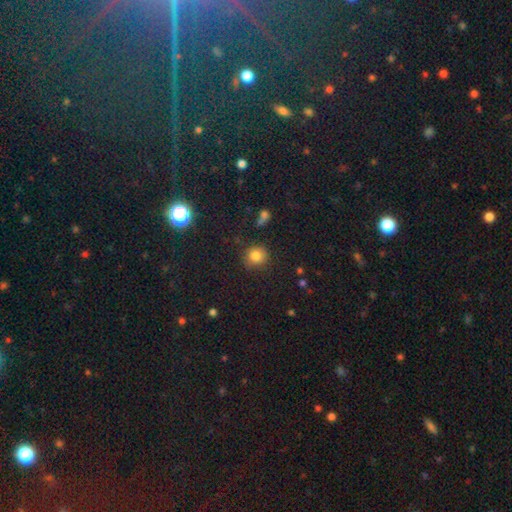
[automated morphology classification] Q: Smooth or featured?
A: smooth (80%); runner-up: star or artifact (14%)
Q: How rounded?
A: round (88%); runner-up: in between (11%)
Q: Merging?
A: none (83%); runner-up: minor disturbance (11%)